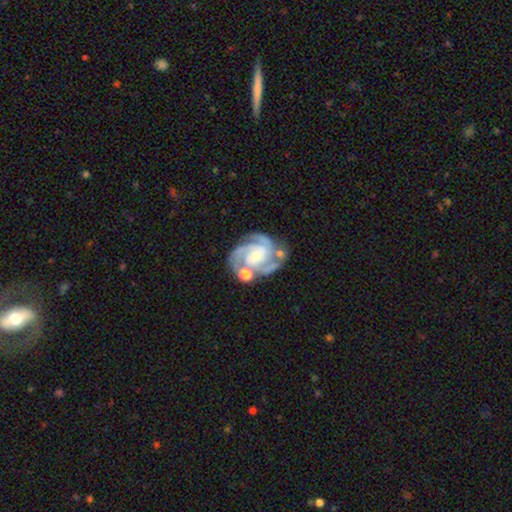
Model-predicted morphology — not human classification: The model was most divided on "spiral winding": tight: 57%, medium: 38%, loose: 5%. Remaining: spiral arms — yes (98%); edge-on disk — no (98%); smooth or featured — featured or disk (91%); bulge size — small (65%); merging — none (62%); bar — no (58%); spiral arm count — 3 (47%).